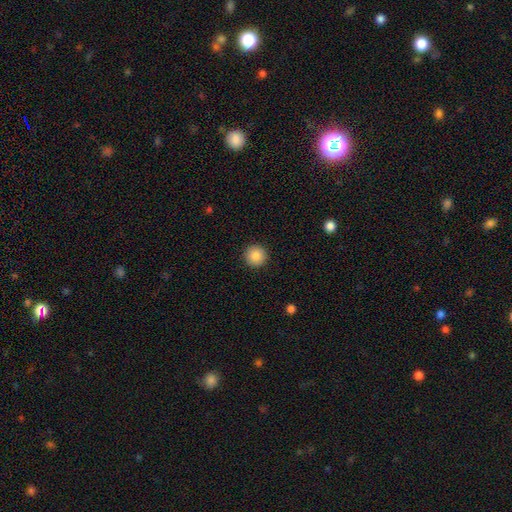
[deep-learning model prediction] Morphology: type=smooth (87%); roundness=round (96%); merging=none (92%).